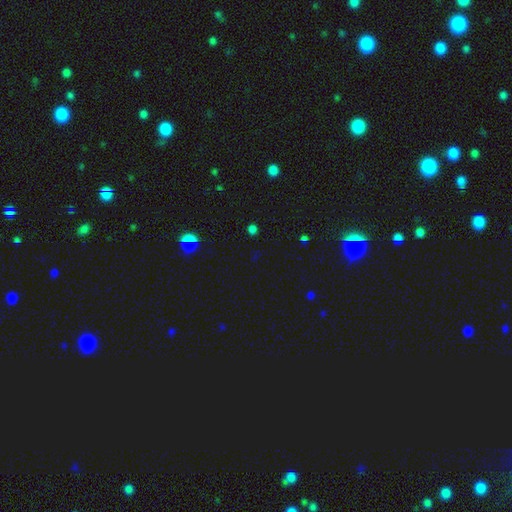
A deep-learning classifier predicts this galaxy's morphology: Smooth or featured? star or artifact (59%)